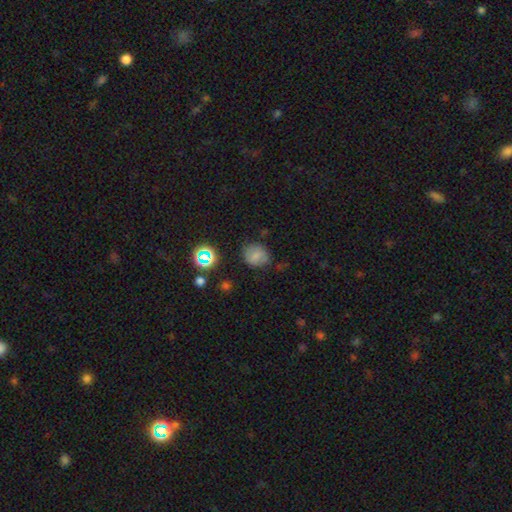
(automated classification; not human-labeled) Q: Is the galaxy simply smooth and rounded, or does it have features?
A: smooth — 66%.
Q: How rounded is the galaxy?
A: round — 71%.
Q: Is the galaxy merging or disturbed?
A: none — 72%.